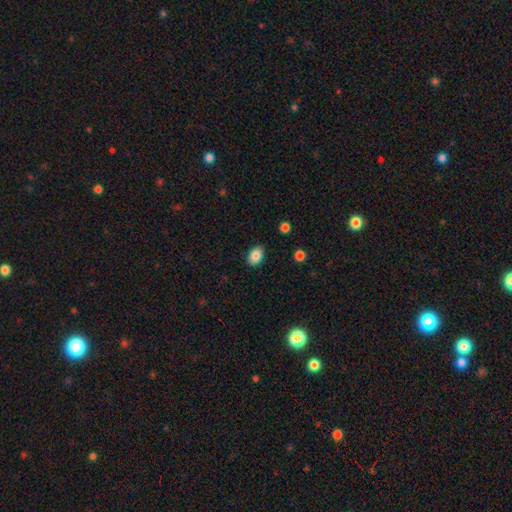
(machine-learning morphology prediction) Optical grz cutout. It shows a smooth galaxy with no disk features (85%) that is in between round and cigar-shaped (80%). Merging: none (87%).